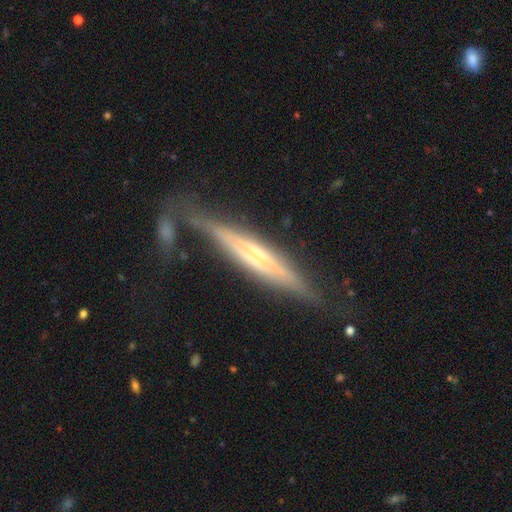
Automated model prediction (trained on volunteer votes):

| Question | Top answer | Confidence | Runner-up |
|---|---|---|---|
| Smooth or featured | featured or disk | 75% | smooth (18%) |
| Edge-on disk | yes | 93% | no (7%) |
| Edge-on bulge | rounded | 40% | none (37%) |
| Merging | none | 73% | minor disturbance (16%) |